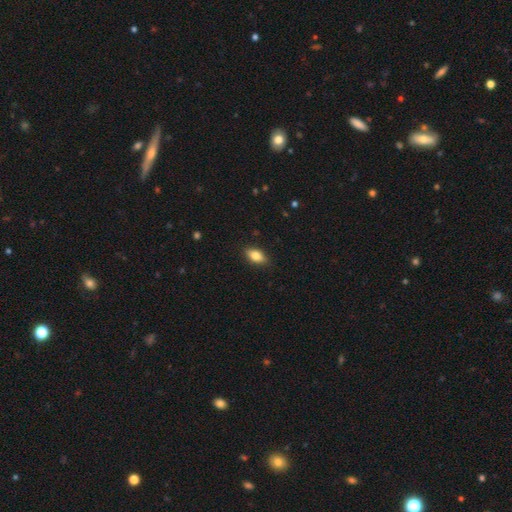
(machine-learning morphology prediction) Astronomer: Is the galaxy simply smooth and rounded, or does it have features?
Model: smooth — 81%.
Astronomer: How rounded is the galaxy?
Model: in between — 87%.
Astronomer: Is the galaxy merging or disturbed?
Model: none — 86%.